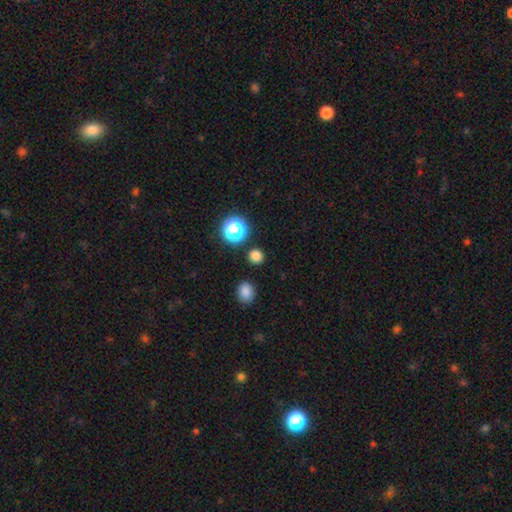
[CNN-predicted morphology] smooth 78%, star or artifact 18%, featured or disk 4%. Down the decision tree: how rounded — round (92%); merging — none (88%).